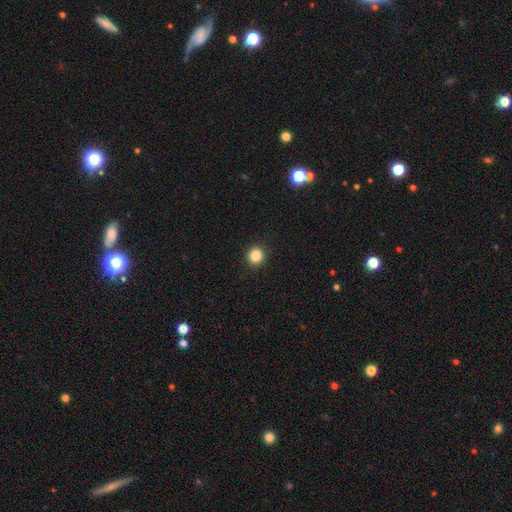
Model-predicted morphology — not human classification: Smooth or featured? smooth (85%)
How rounded? round (91%)
Merging? none (92%)